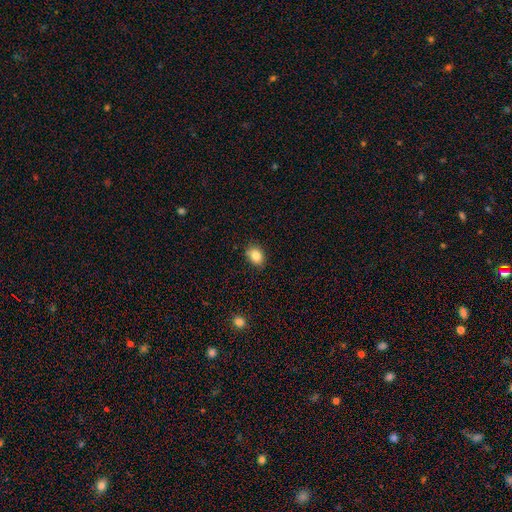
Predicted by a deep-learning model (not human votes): Morphology: type=smooth (84%); roundness=in between (56%); merging=none (83%).